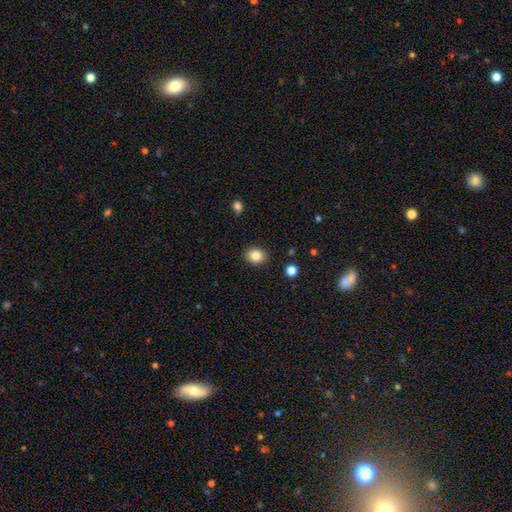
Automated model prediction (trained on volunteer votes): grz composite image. It shows a smooth galaxy with no disk features (84%) that is in between round and cigar-shaped (59%). Merging: none (89%).